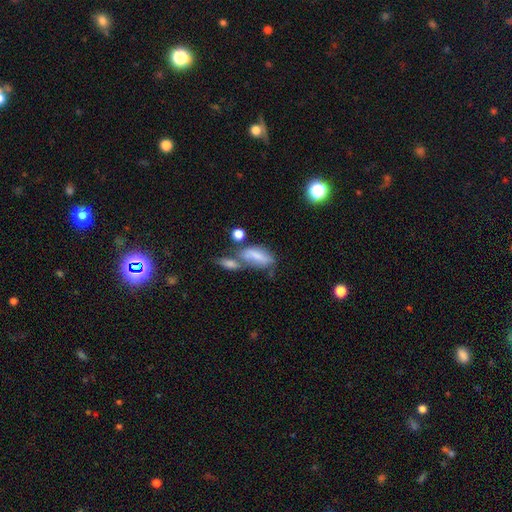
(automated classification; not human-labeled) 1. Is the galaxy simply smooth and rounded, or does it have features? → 68% smooth, 23% featured or disk, 9% star or artifact.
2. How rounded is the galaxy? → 80% in between, 16% cigar-shaped, 4% round.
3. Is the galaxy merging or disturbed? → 47% merger, 26% none, 16% minor disturbance, 12% major disturbance.